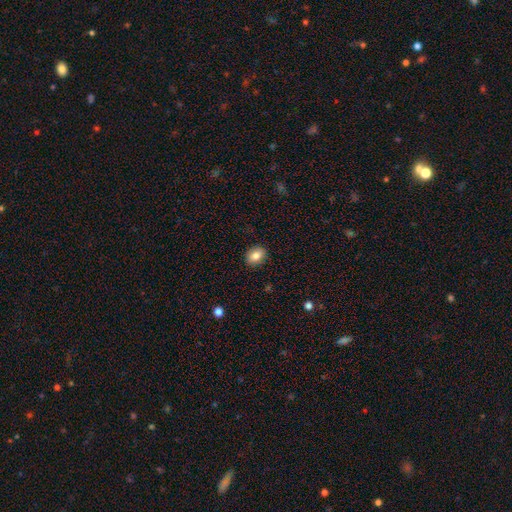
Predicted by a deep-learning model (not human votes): Morphology: type=smooth (85%); roundness=in between (62%); merging=none (89%).